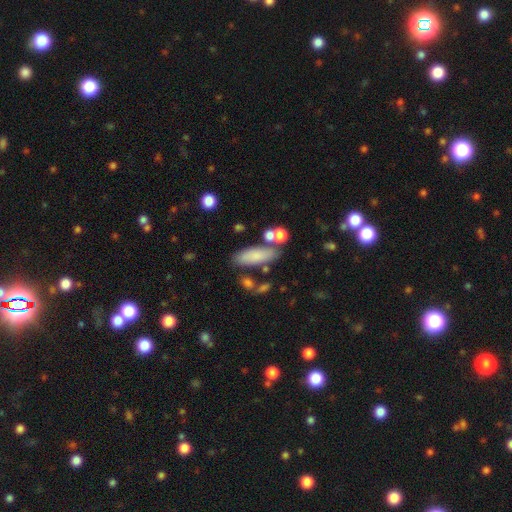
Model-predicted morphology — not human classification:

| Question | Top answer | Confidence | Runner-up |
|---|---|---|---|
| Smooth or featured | smooth | 77% | featured or disk (15%) |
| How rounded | in between | 63% | cigar-shaped (34%) |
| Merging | none | 67% | minor disturbance (15%) |